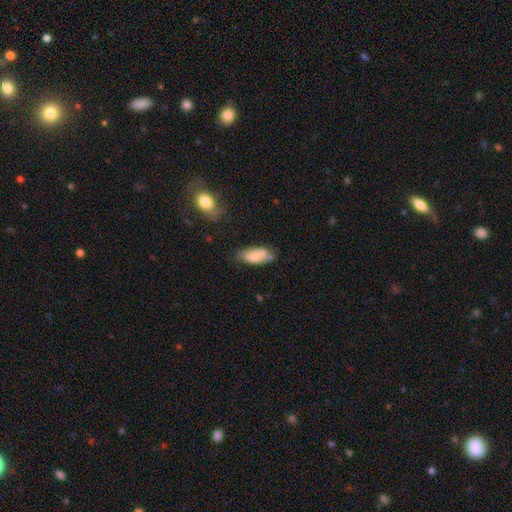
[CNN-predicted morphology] This is likely a smooth galaxy (68%). How rounded: clearly in between (88%). Merging: possibly none (52%).